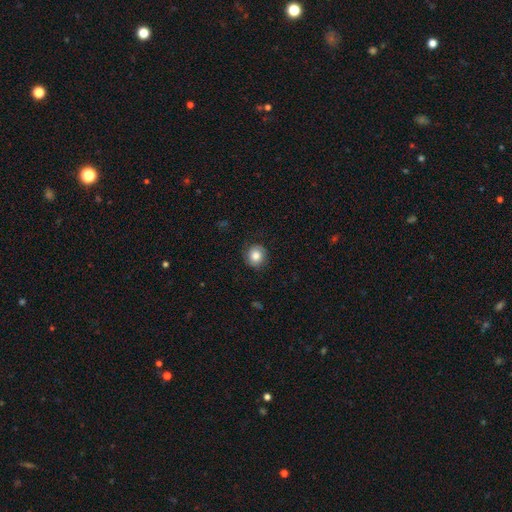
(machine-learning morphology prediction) Overall: smooth (80%). How rounded: round (90%). Merging: none (85%).